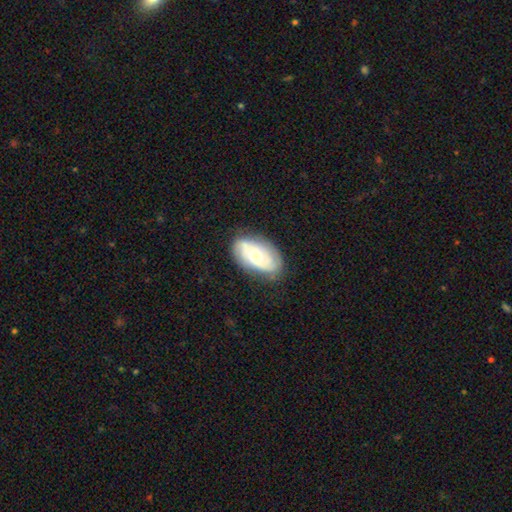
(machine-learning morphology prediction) This appears to be a featured or disk galaxy (67%) with no bar (62%), 2 (57%) tight (44%) spiral arms (87%) and a moderate central bulge (66%). Merging: none (78%).